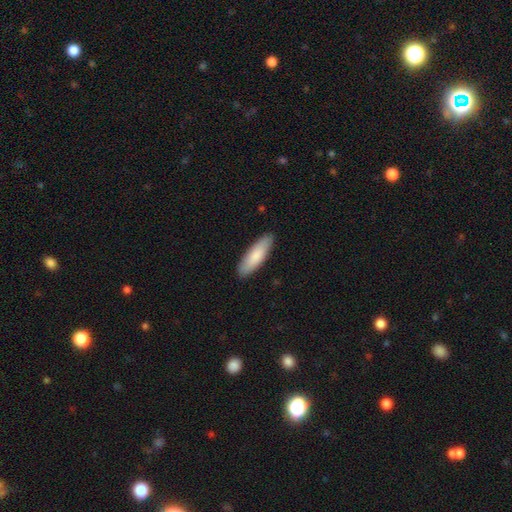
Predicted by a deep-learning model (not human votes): A smooth galaxy with no disk features (84%) that is cigar-shaped (51%). Merging: none (89%).